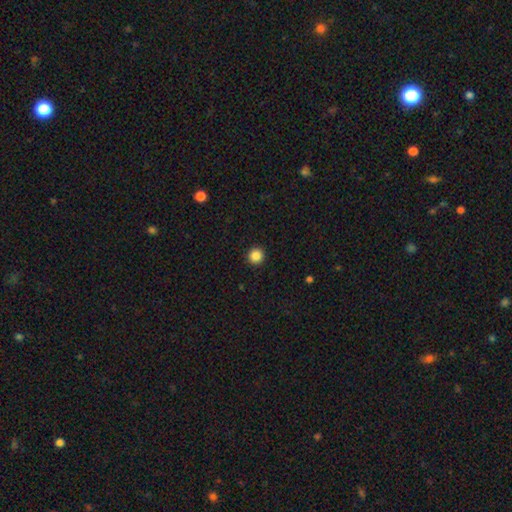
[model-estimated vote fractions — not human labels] A smooth galaxy with no disk features (87%) that is round (95%). Merging: none (94%).